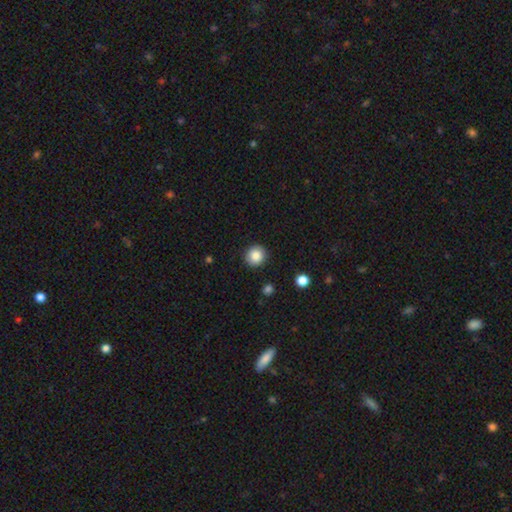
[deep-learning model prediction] A smooth galaxy with no disk features (86%) that is round (91%).

Vote fractions:
- Smooth or featured? smooth: 86% / star or artifact: 9% / featured or disk: 5%
- How rounded? round: 91% / in between: 8% / cigar-shaped: 1%
- Merging? none: 90% / minor disturbance: 7% / major disturbance: 2% / merger: 1%